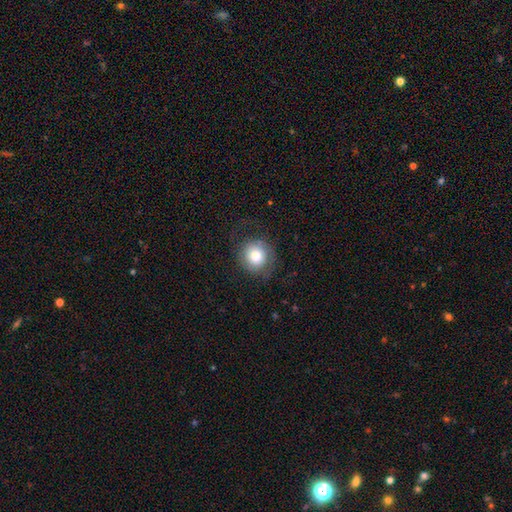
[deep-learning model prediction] A smooth galaxy with no disk features (75%) that is round (87%). Merging: none (70%).